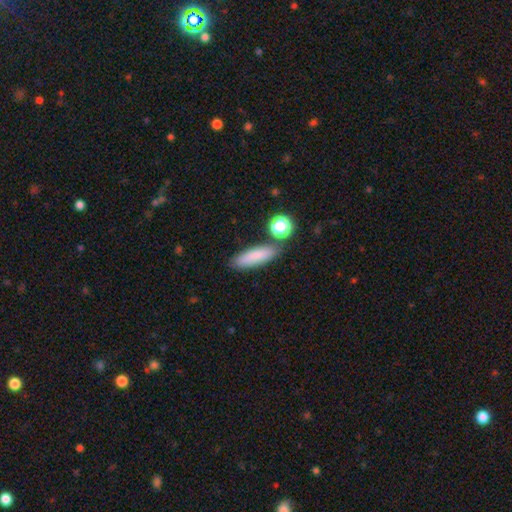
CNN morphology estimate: Smooth or featured?
  - smooth: 81% *
  - featured or disk: 10%
  - star or artifact: 9%
How rounded?
  - cigar-shaped: 54% *
  - in between: 42%
  - round: 4%
Merging?
  - none: 76% *
  - minor disturbance: 13%
  - merger: 8%
  - major disturbance: 3%